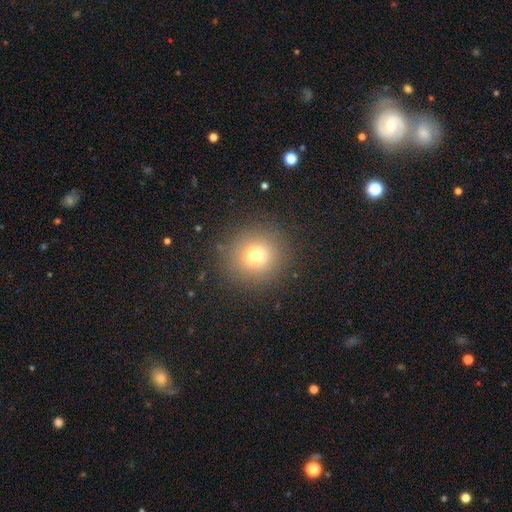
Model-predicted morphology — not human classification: Smooth or featured: smooth — 73% (star or artifact — 17%)
How rounded: round — 92% (in between — 7%)
Merging: none — 88% (minor disturbance — 7%)